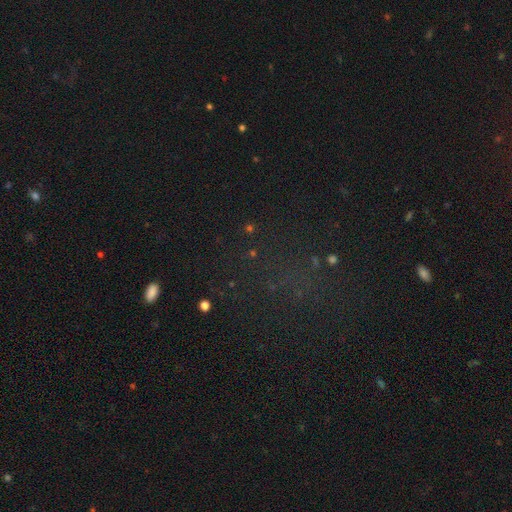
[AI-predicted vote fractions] star or artifact 63%, smooth 23%, featured or disk 14%.